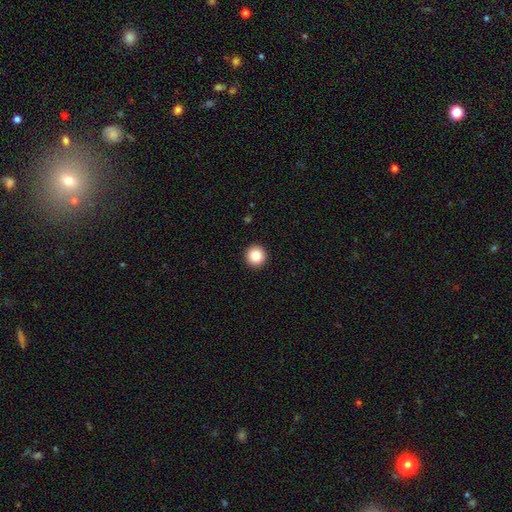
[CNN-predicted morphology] smooth_or_featured: smooth (p=0.86) [alt: star or artifact p=0.10]
how_rounded: round (p=0.96) [alt: in between p=0.03]
merging: none (p=0.94) [alt: minor disturbance p=0.04]